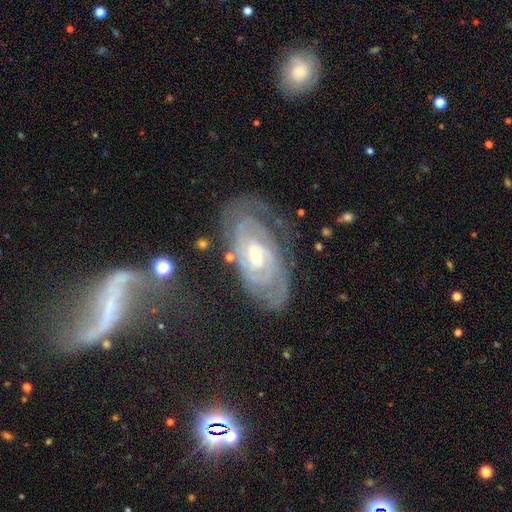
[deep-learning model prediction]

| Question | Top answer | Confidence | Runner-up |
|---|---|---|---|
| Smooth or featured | featured or disk | 86% | smooth (8%) |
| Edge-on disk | no | 95% | yes (5%) |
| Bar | weak | 46% | no (39%) |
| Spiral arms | yes | 96% | no (4%) |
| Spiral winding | tight | 76% | medium (20%) |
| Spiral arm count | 2 | 39% | can't tell (30%) |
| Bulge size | small | 61% | moderate (34%) |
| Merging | none | 70% | minor disturbance (19%) |